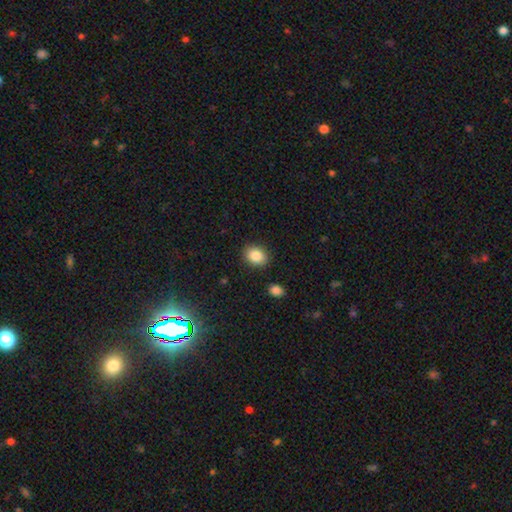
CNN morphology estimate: Overall: smooth (86%). How rounded: in between (50%; round 49%). Merging: none (88%).